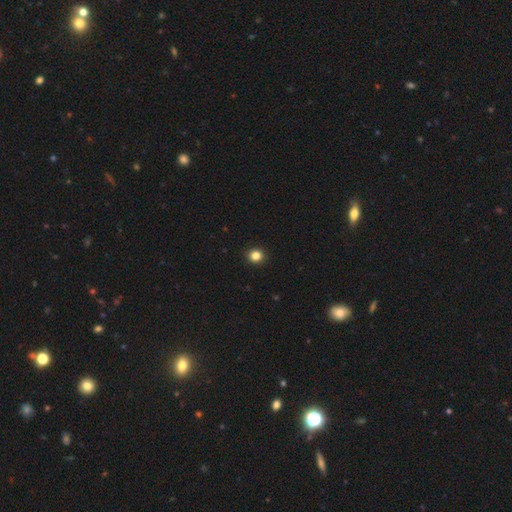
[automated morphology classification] Smooth or featured?
  - smooth: 84% *
  - star or artifact: 12%
  - featured or disk: 4%
How rounded?
  - round: 90% *
  - in between: 9%
  - cigar-shaped: 1%
Merging?
  - none: 93% *
  - minor disturbance: 4%
  - major disturbance: 1%
  - merger: 1%